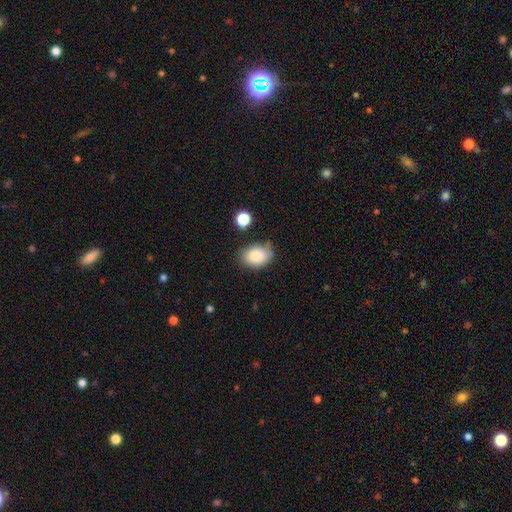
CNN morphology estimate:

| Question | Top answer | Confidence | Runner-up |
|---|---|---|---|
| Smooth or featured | smooth | 83% | featured or disk (9%) |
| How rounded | in between | 77% | round (22%) |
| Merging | none | 70% | minor disturbance (21%) |